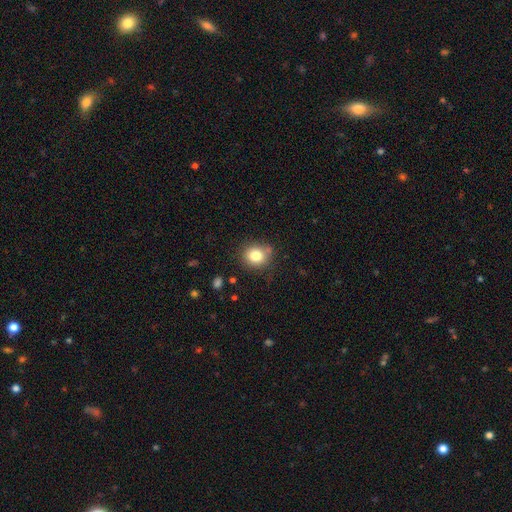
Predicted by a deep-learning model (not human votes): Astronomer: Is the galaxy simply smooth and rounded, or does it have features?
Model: smooth — 81%.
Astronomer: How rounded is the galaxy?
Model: round — 79%.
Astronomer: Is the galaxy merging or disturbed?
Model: none — 80%.